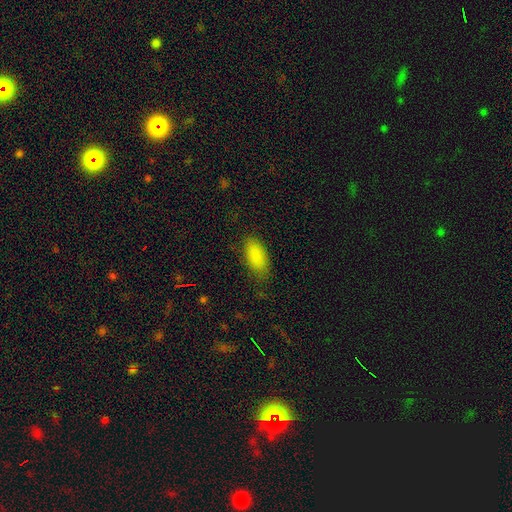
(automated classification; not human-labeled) Smooth or featured?
  - smooth: 88% *
  - star or artifact: 7%
  - featured or disk: 5%
How rounded?
  - in between: 91% *
  - cigar-shaped: 7%
  - round: 2%
Merging?
  - none: 78% *
  - minor disturbance: 16%
  - major disturbance: 5%
  - merger: 1%